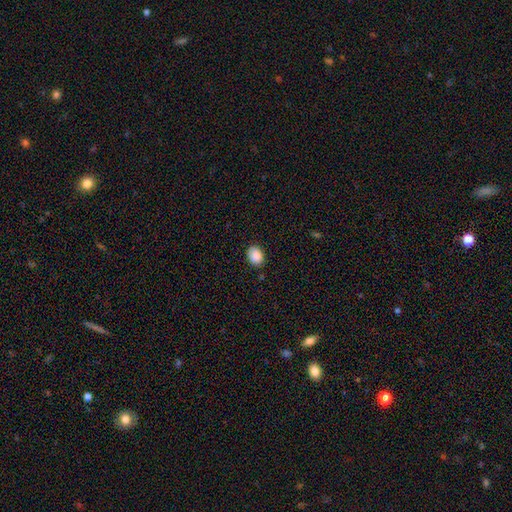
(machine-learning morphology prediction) Smooth or featured: smooth — 88% (star or artifact — 8%)
How rounded: in between — 68% (round — 31%)
Merging: none — 87% (minor disturbance — 10%)